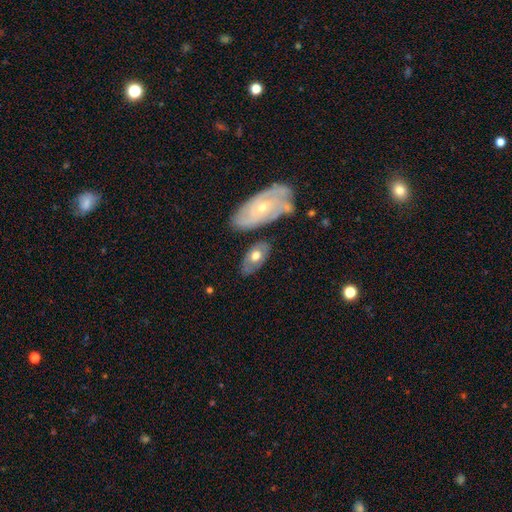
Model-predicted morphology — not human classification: A smooth galaxy with no disk features (50%) that is in between round and cigar-shaped (91%). Merging: none (71%).